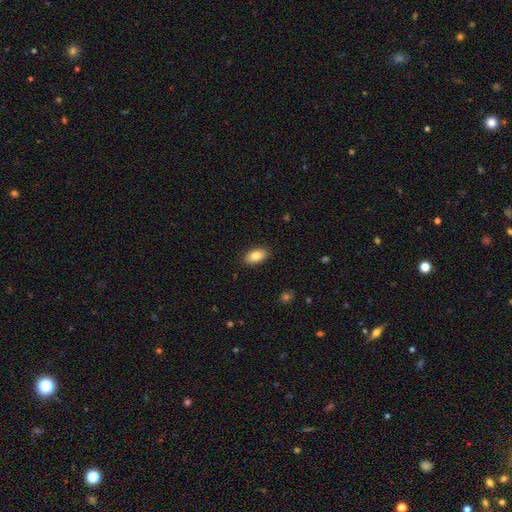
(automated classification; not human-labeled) The model was most divided on "smooth or featured": smooth: 84%, featured or disk: 9%, star or artifact: 7%. More confident: how rounded — in between (93%); merging — none (89%).